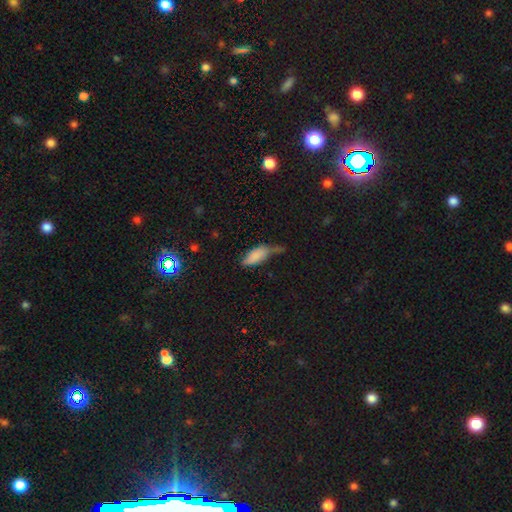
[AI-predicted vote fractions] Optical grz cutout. It shows a smooth galaxy with no disk features (75%) that is in between round and cigar-shaped (78%). Merging: minor disturbance (37%).